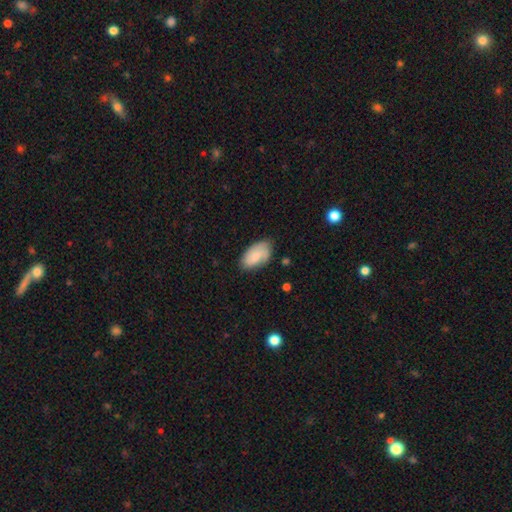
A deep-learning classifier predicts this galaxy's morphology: This appears to be a smooth galaxy with no disk features (73%) that is in between round and cigar-shaped (94%). Merging: none (69%).